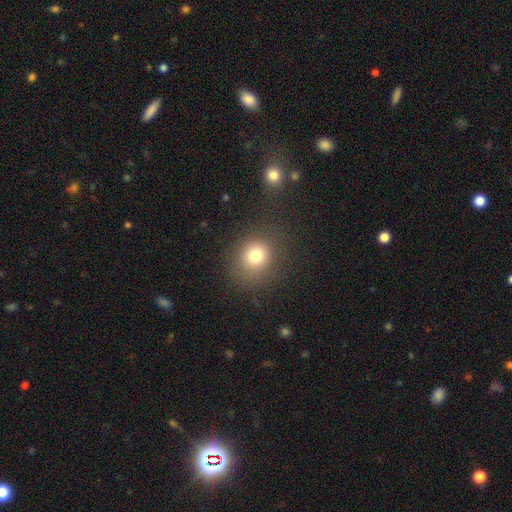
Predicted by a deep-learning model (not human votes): This appears to be a smooth galaxy with no disk features (77%) that is round (79%). Merging: none (80%).